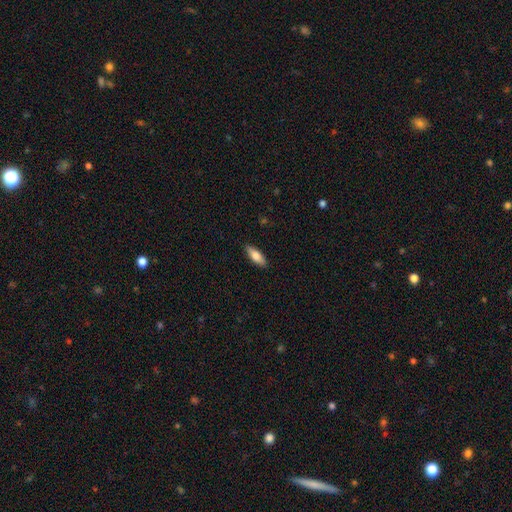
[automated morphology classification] smooth_or_featured: smooth (p=0.78) [alt: featured or disk p=0.17]
how_rounded: in between (p=0.68) [alt: cigar-shaped p=0.30]
merging: none (p=0.88) [alt: minor disturbance p=0.09]